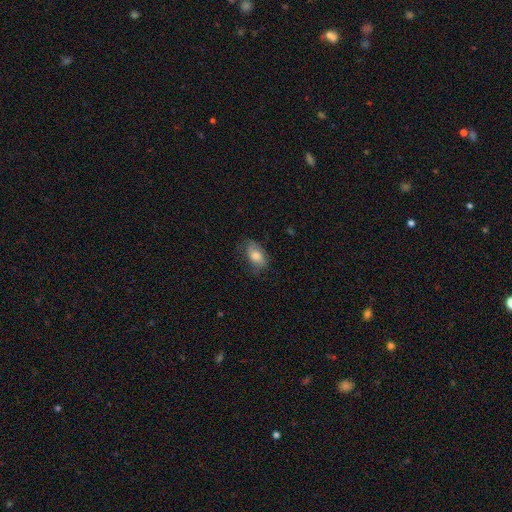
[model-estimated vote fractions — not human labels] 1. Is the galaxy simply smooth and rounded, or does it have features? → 68% smooth, 24% featured or disk, 8% star or artifact.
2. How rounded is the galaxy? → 88% in between, 9% round, 3% cigar-shaped.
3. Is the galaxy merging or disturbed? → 65% none, 25% minor disturbance, 9% major disturbance, 1% merger.